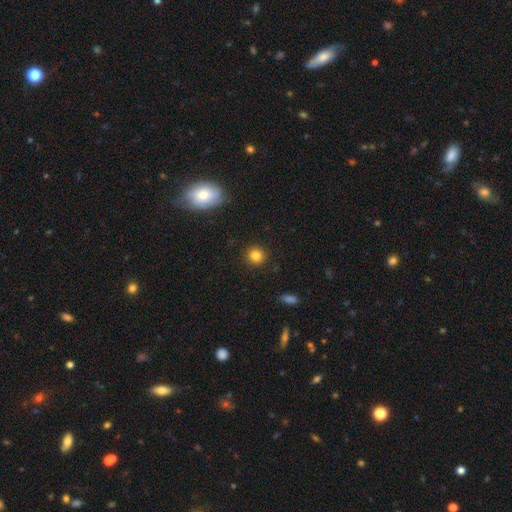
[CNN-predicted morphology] smooth-or-featured: smooth: 83% | star or artifact: 11% | featured or disk: 6%
  how-rounded: round: 91% | in between: 8% | cigar-shaped: 1%
  merging: none: 90% | minor disturbance: 6% | major disturbance: 2% | merger: 1%